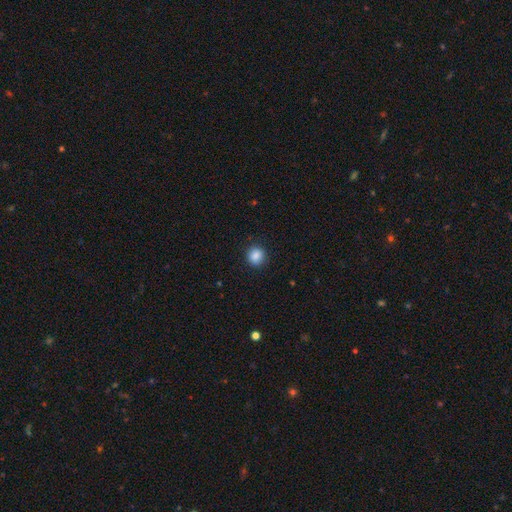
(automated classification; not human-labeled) The model was most divided on "how rounded": round: 88%, in between: 11%, cigar-shaped: 1%. More confident: merging — none (90%); smooth or featured — smooth (87%).